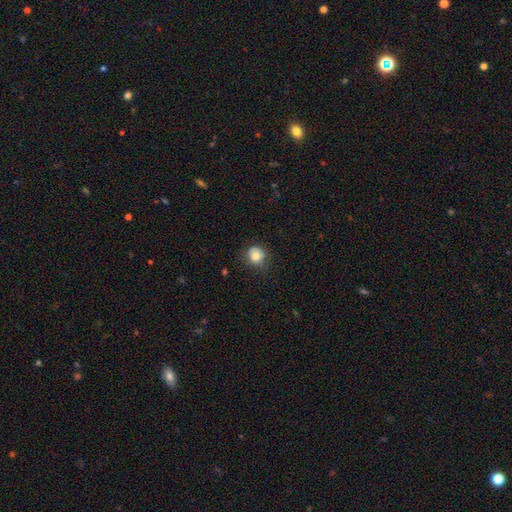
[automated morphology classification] A smooth galaxy with no disk features (79%) that is round (85%).

Vote fractions:
- Smooth or featured? smooth: 79% / featured or disk: 11% / star or artifact: 10%
- How rounded? round: 85% / in between: 14% / cigar-shaped: 1%
- Merging? none: 68% / minor disturbance: 23% / major disturbance: 7% / merger: 2%